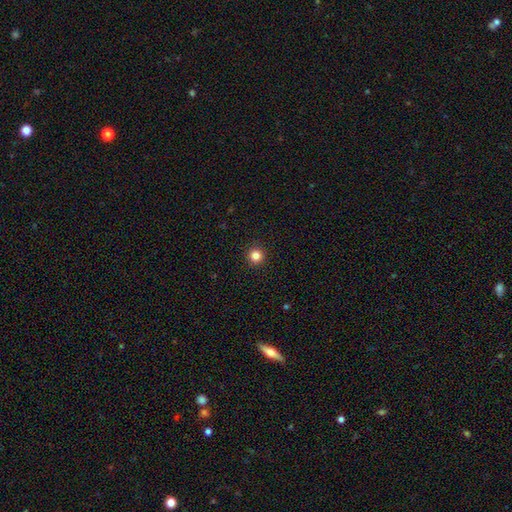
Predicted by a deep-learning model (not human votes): smooth_or_featured: smooth (p=0.83) [alt: star or artifact p=0.13]
how_rounded: round (p=0.96) [alt: in between p=0.03]
merging: none (p=0.93) [alt: minor disturbance p=0.04]